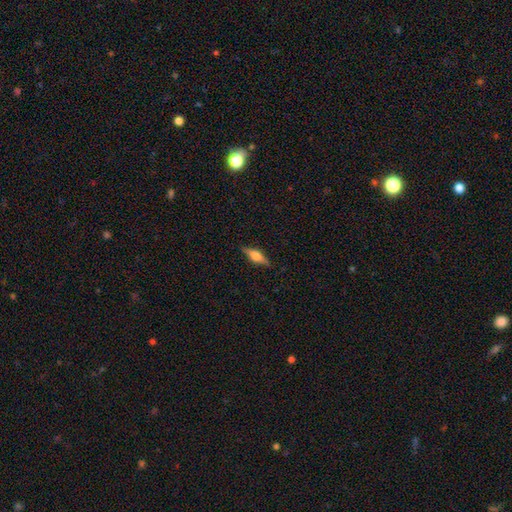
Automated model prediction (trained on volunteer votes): Q: Smooth or featured?
A: featured or disk (56%); runner-up: smooth (37%)
Q: Edge-on disk?
A: yes (96%); runner-up: no (4%)
Q: Edge-on bulge?
A: rounded (86%); runner-up: boxy (12%)
Q: Merging?
A: none (88%); runner-up: minor disturbance (9%)